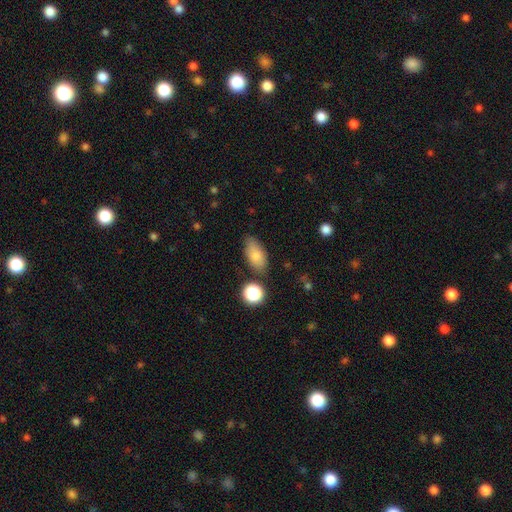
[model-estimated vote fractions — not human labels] Smooth or featured: smooth — 79% (featured or disk — 12%)
How rounded: in between — 88% (round — 7%)
Merging: none — 74% (minor disturbance — 17%)